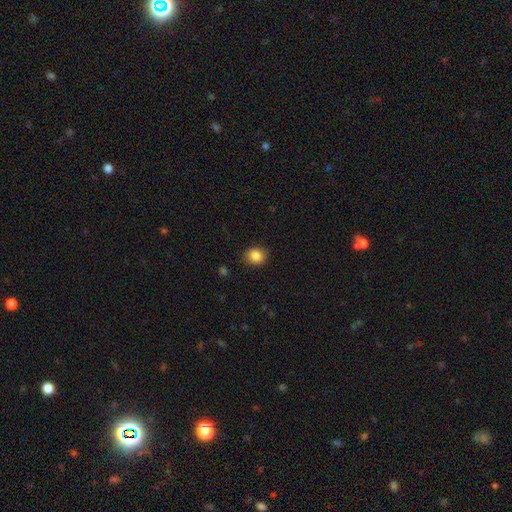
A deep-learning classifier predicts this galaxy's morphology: smooth_or_featured: smooth (p=0.86) [alt: star or artifact p=0.10]
how_rounded: round (p=0.74) [alt: in between p=0.26]
merging: none (p=0.85) [alt: minor disturbance p=0.11]